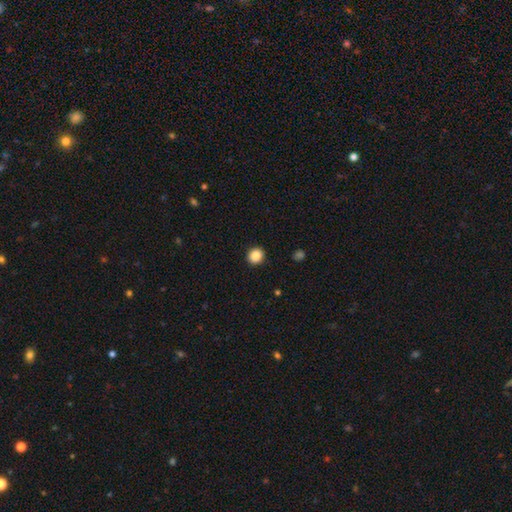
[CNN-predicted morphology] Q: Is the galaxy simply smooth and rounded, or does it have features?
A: smooth — 86%.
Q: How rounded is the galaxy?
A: round — 87%.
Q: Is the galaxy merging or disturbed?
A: none — 92%.